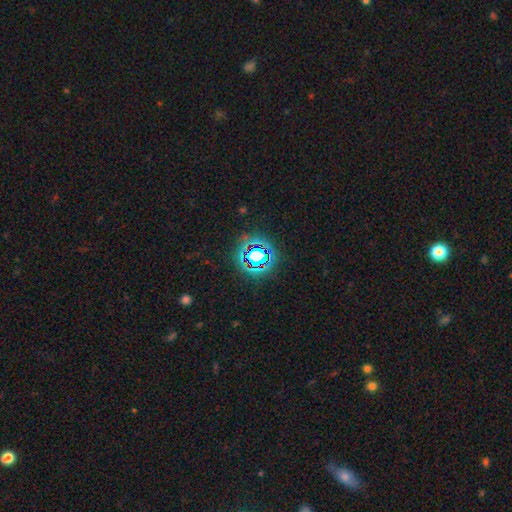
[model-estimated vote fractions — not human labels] Smooth or featured? Predicted: star or artifact (p=0.68).